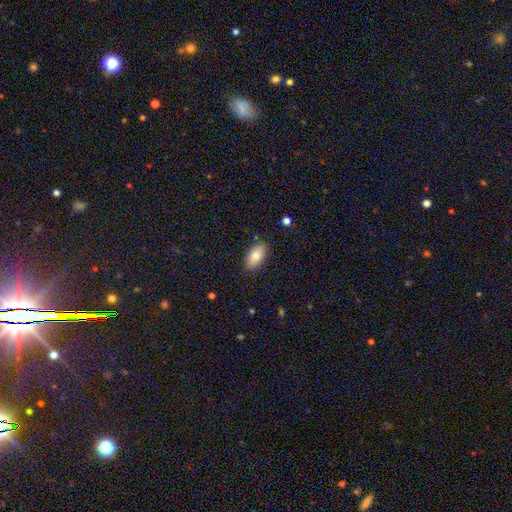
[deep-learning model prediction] The model was most divided on "smooth or featured": smooth: 80%, featured or disk: 12%, star or artifact: 7%. More confident: how rounded — in between (92%); merging — none (84%).